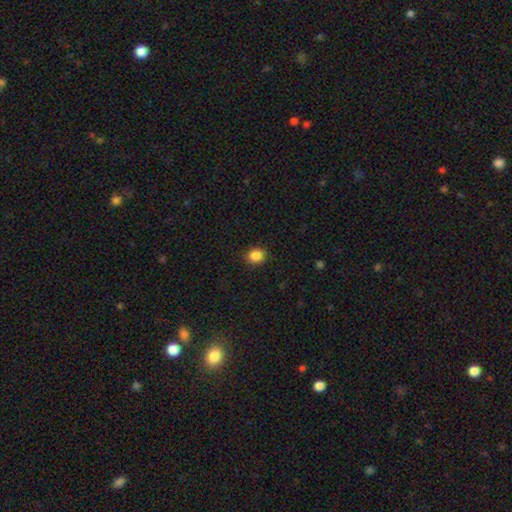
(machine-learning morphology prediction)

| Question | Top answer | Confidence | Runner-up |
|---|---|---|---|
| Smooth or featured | smooth | 86% | star or artifact (10%) |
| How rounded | round | 74% | in between (25%) |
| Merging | none | 87% | minor disturbance (10%) |